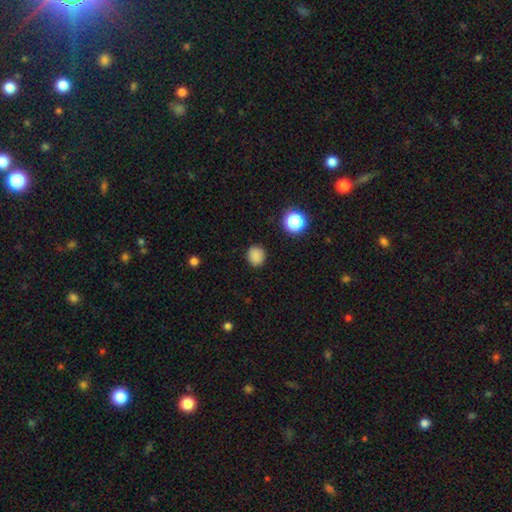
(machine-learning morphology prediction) Smooth or featured: smooth — 84% (star or artifact — 12%)
How rounded: round — 81% (in between — 18%)
Merging: none — 88% (minor disturbance — 8%)